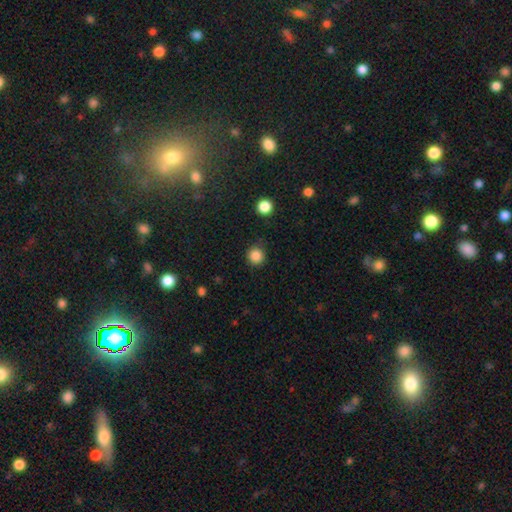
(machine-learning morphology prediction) Smooth or featured: smooth — 85% (star or artifact — 12%)
How rounded: round — 94% (in between — 5%)
Merging: none — 86% (minor disturbance — 10%)